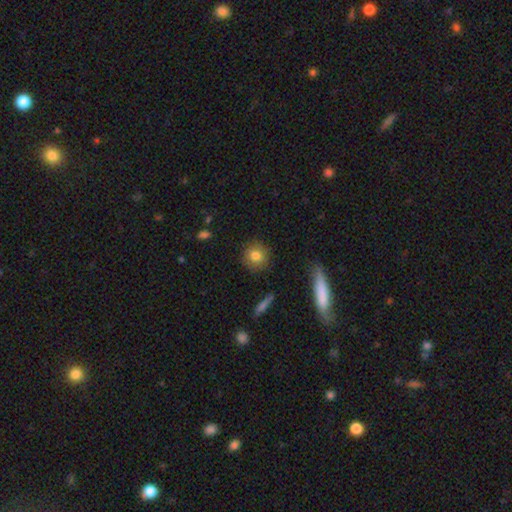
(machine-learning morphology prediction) A smooth galaxy with no disk features (81%) that is round (86%).

Vote fractions:
- Smooth or featured? smooth: 81% / featured or disk: 10% / star or artifact: 9%
- How rounded? round: 86% / in between: 12% / cigar-shaped: 2%
- Merging? none: 87% / minor disturbance: 9% / major disturbance: 3% / merger: 2%